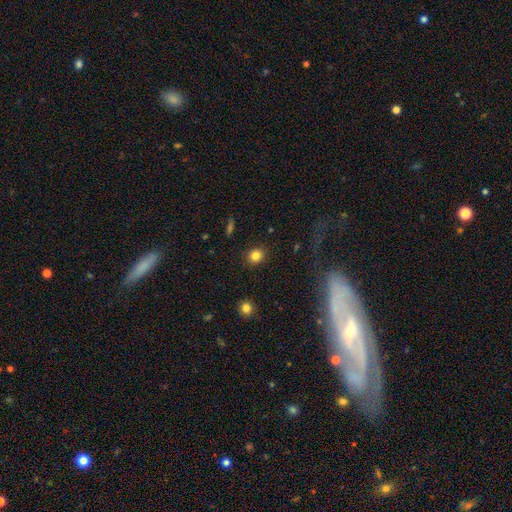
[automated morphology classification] type=smooth (83%); roundness=round (80%); merging=none (90%).